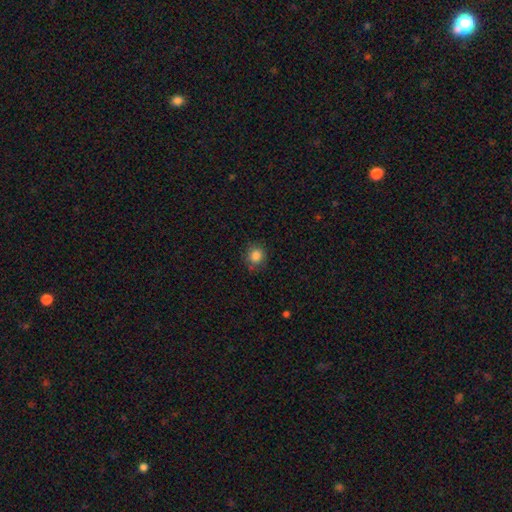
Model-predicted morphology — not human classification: The model was most divided on "merging": none: 81%, minor disturbance: 14%, major disturbance: 3%, merger: 2%. More confident: how rounded — round (86%); smooth or featured — smooth (85%).